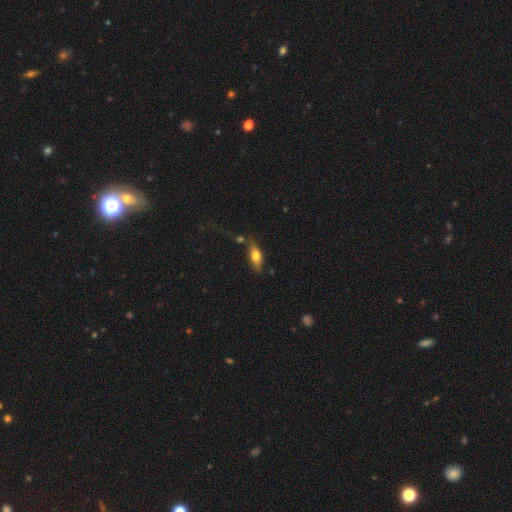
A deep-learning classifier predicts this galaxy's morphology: Q: Smooth or featured?
A: smooth (68%); runner-up: featured or disk (24%)
Q: How rounded?
A: in between (75%); runner-up: cigar-shaped (21%)
Q: Merging?
A: none (64%); runner-up: minor disturbance (20%)